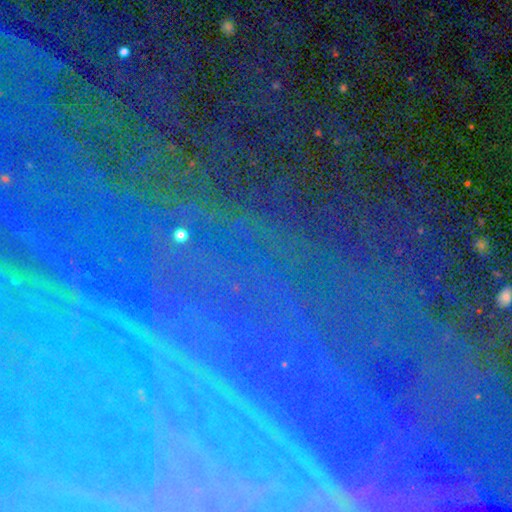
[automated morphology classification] Overall: star or artifact (84%).